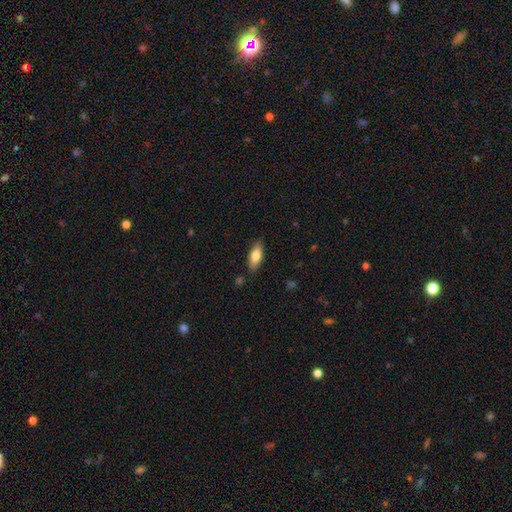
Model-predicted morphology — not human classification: smooth_or_featured: smooth (p=0.77) [alt: featured or disk p=0.17]
how_rounded: in between (p=0.73) [alt: cigar-shaped p=0.25]
merging: none (p=0.85) [alt: minor disturbance p=0.11]